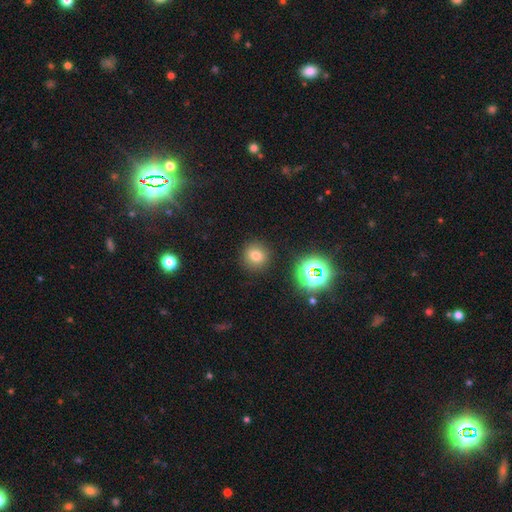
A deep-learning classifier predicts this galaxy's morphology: type=smooth (74%); roundness=round (90%); merging=none (89%).